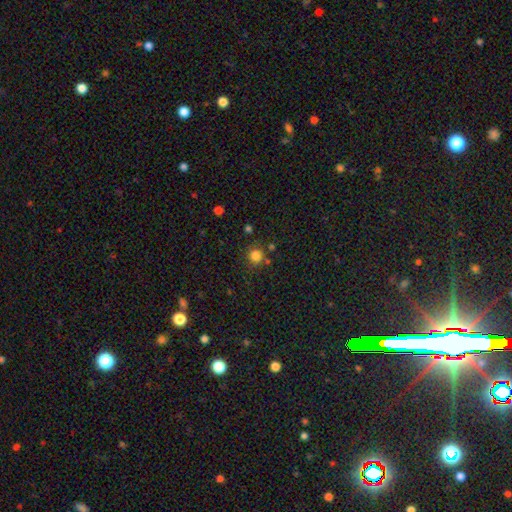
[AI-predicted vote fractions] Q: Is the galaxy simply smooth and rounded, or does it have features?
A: smooth — 82%.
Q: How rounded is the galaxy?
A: round — 92%.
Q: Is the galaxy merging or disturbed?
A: none — 79%.